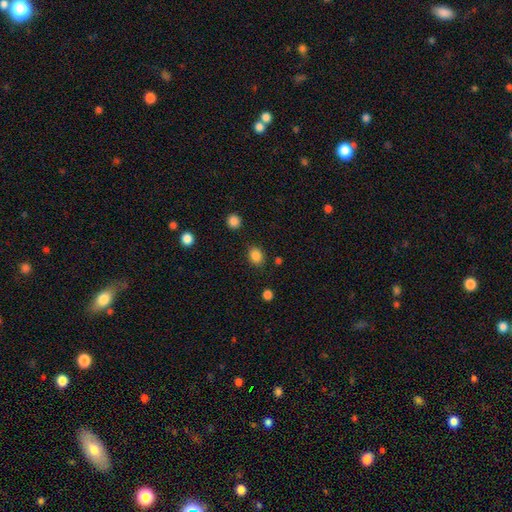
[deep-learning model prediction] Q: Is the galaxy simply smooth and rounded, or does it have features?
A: smooth — 86%.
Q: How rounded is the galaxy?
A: round — 51%.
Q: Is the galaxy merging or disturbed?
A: none — 83%.